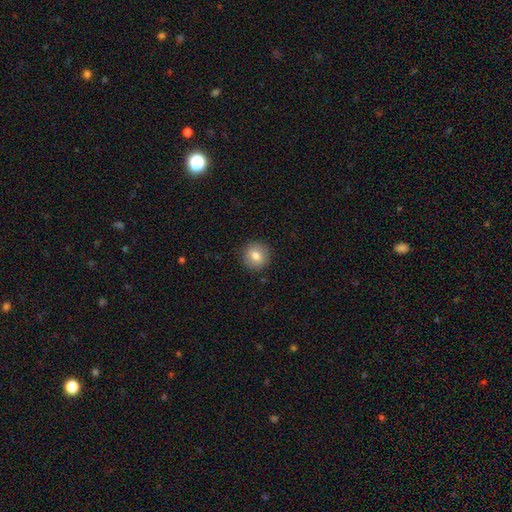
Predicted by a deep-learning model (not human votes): smooth-or-featured: smooth: 78% | featured or disk: 13% | star or artifact: 9%
  how-rounded: round: 91% | in between: 8% | cigar-shaped: 1%
  merging: none: 91% | minor disturbance: 6% | major disturbance: 2% | merger: 1%